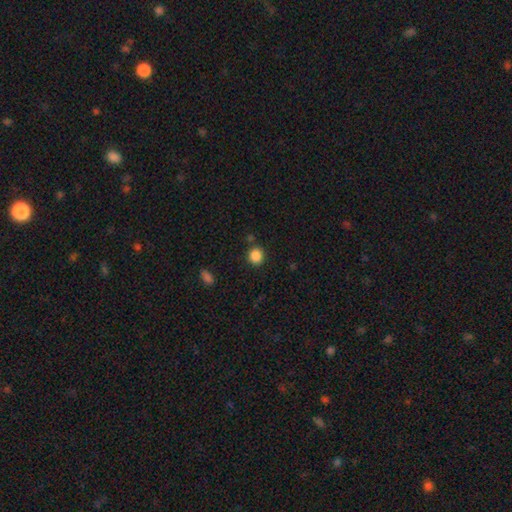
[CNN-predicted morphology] This is clearly a smooth galaxy (87%). How rounded: clearly round (85%). Merging: clearly none (85%).